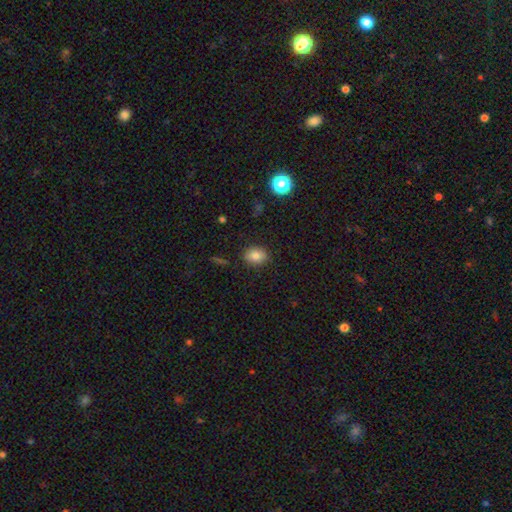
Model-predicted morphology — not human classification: type=smooth (82%); roundness=in between (60%); merging=none (87%).